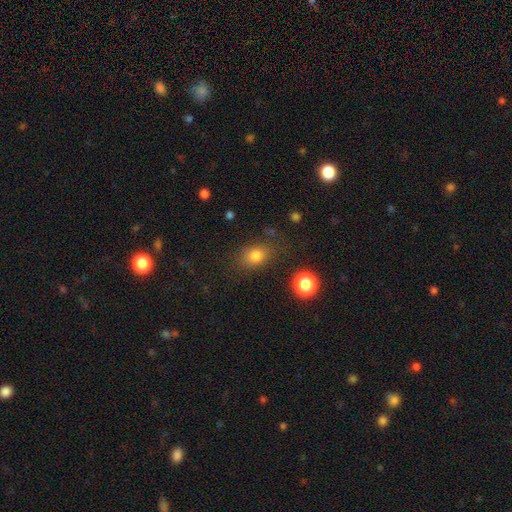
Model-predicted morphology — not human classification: Overall: smooth (80%). How rounded: in between (64%; round 35%). Merging: none (74%).